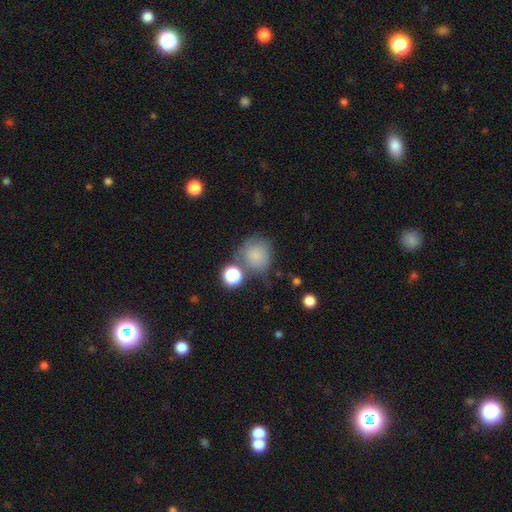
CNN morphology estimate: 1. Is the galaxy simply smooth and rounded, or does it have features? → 77% smooth, 12% star or artifact, 11% featured or disk.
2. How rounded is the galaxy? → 86% round, 13% in between, 1% cigar-shaped.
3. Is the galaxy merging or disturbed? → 54% none, 21% minor disturbance, 14% merger, 10% major disturbance.